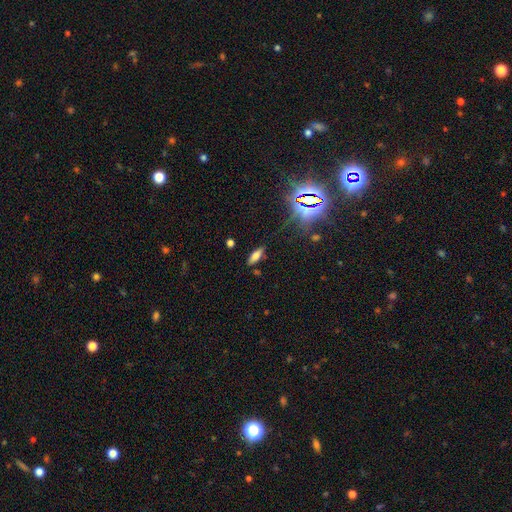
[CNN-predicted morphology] This is likely a smooth galaxy (67%). How rounded: likely in between (65%). Merging: clearly none (83%).